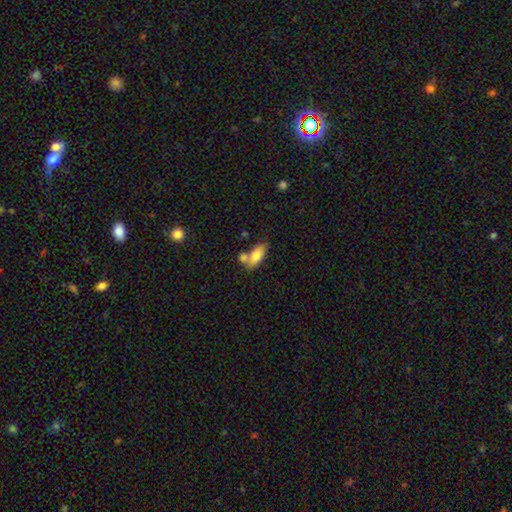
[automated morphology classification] This appears to be a smooth galaxy with no disk features (76%) that is in between round and cigar-shaped (86%). Merging: none (45%).